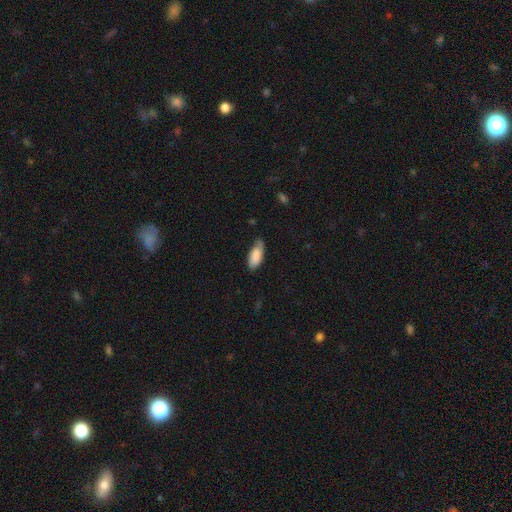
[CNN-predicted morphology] smooth_or_featured: smooth (p=0.80) [alt: featured or disk p=0.13]
how_rounded: in between (p=0.86) [alt: cigar-shaped p=0.12]
merging: none (p=0.57) [alt: minor disturbance p=0.34]